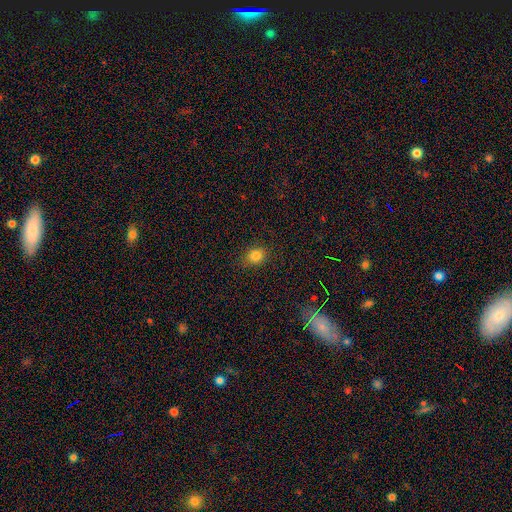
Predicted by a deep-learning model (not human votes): smooth_or_featured: smooth (p=0.82) [alt: star or artifact p=0.12]
how_rounded: round (p=0.55) [alt: in between p=0.43]
merging: none (p=0.87) [alt: minor disturbance p=0.09]